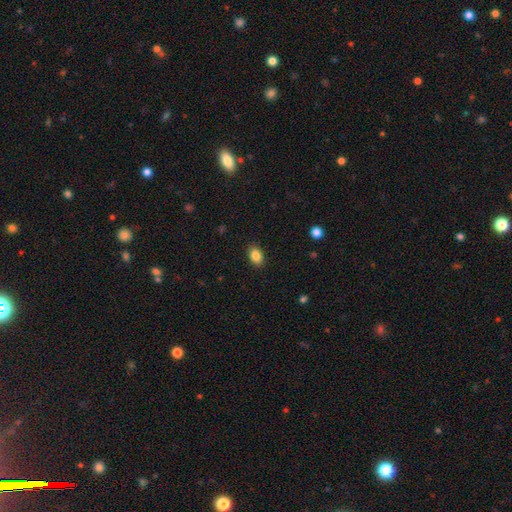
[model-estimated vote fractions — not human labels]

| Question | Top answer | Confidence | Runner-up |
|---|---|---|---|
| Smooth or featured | smooth | 86% | star or artifact (9%) |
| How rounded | in between | 85% | round (13%) |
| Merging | none | 89% | minor disturbance (8%) |